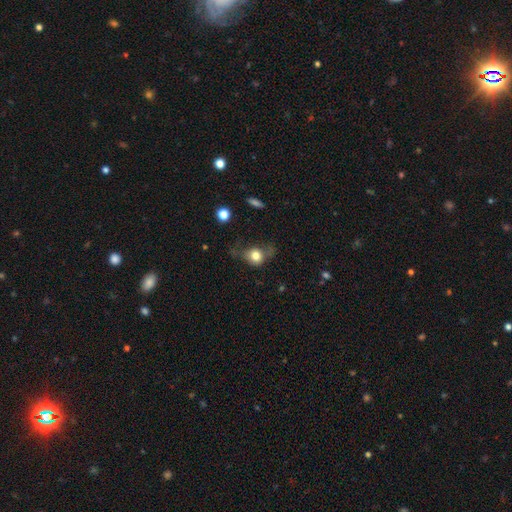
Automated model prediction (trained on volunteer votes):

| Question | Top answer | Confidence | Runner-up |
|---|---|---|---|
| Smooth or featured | smooth | 74% | featured or disk (17%) |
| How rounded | round | 61% | in between (37%) |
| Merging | none | 43% | minor disturbance (30%) |